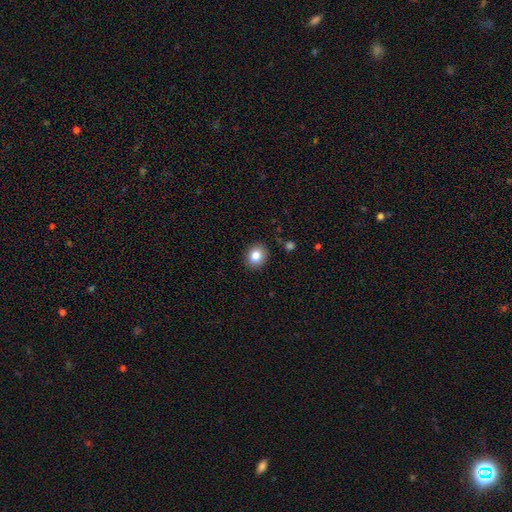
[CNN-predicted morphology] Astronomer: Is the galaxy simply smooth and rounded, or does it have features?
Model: smooth — 83%.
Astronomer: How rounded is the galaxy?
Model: round — 59% (runner-up: in between, 40%).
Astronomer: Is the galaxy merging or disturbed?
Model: none — 89%.